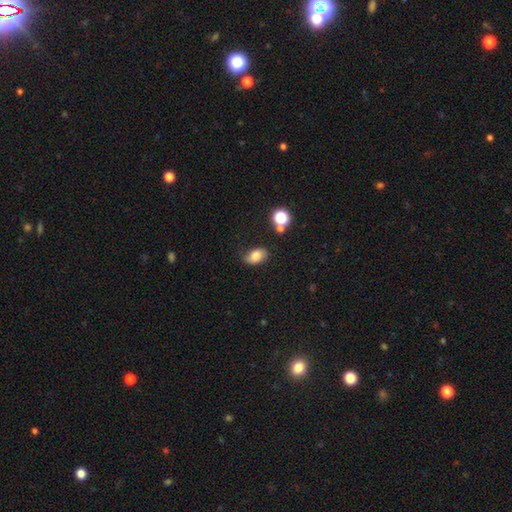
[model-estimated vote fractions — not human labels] A smooth galaxy with no disk features (77%) that is in between round and cigar-shaped (86%). Merging: none (66%).